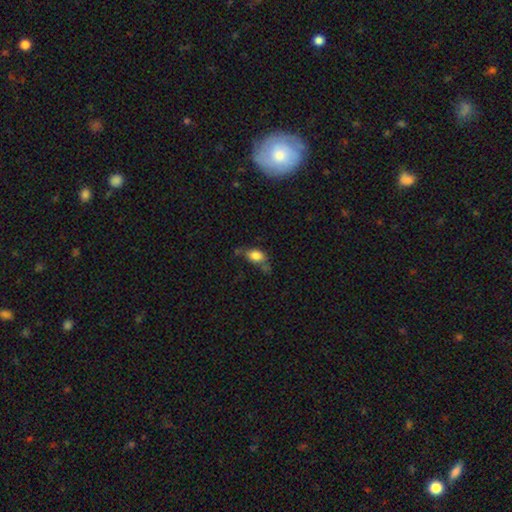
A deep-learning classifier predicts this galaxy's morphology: Smooth or featured: smooth — 80% (featured or disk — 11%)
How rounded: in between — 83% (round — 13%)
Merging: none — 42% (minor disturbance — 30%)